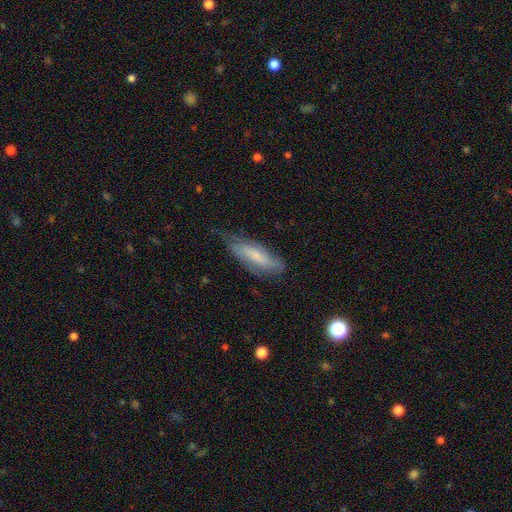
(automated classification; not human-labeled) Smooth or featured: smooth — 54% (featured or disk — 39%)
How rounded: cigar-shaped — 53% (in between — 46%)
Merging: none — 55% (minor disturbance — 32%)